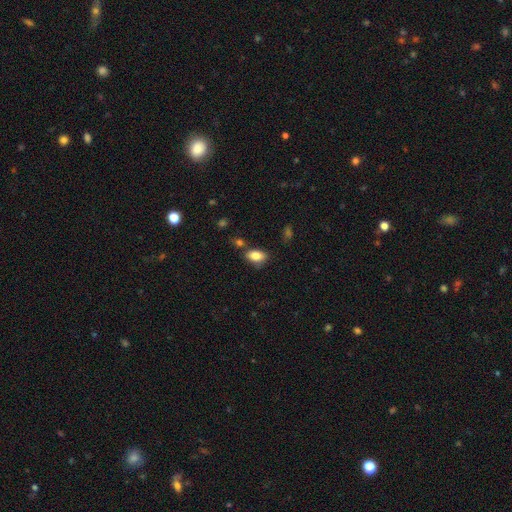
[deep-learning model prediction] A smooth galaxy with no disk features (83%) that is in between round and cigar-shaped (89%). Merging: none (71%).